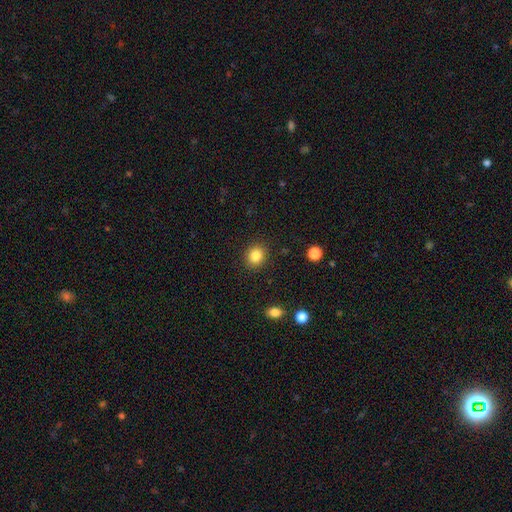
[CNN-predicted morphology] smooth 84%, star or artifact 10%, featured or disk 6%. Down the decision tree: how rounded — round (73%); merging — none (89%).